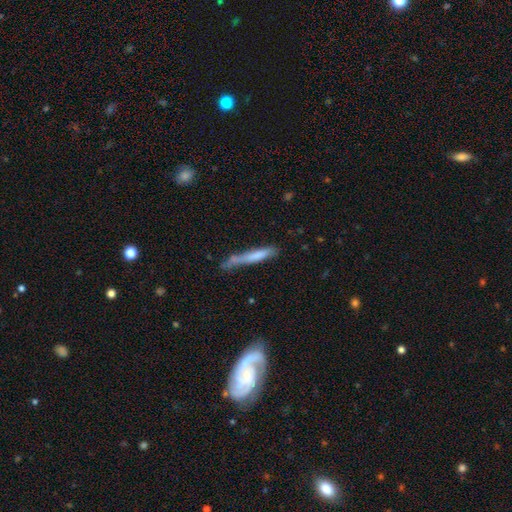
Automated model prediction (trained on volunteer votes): Smooth or featured?
  - smooth: 68% *
  - featured or disk: 26%
  - star or artifact: 6%
How rounded?
  - cigar-shaped: 94% *
  - in between: 5%
  - round: 1%
Merging?
  - none: 53% *
  - minor disturbance: 28%
  - major disturbance: 10%
  - merger: 9%